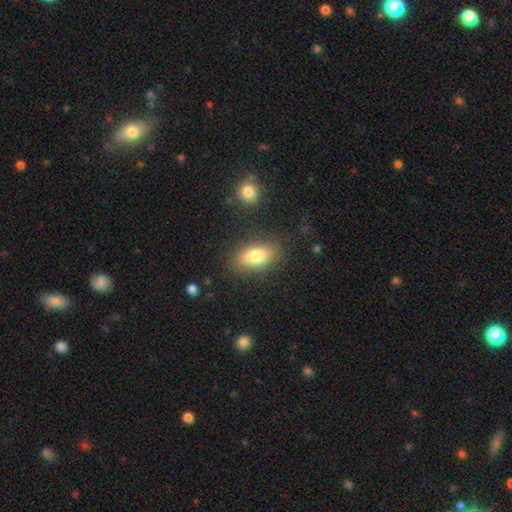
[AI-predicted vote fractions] Smooth or featured? Predicted: smooth (p=0.79). How rounded? Predicted: in between (p=0.87). Merging? Predicted: none (p=0.80).